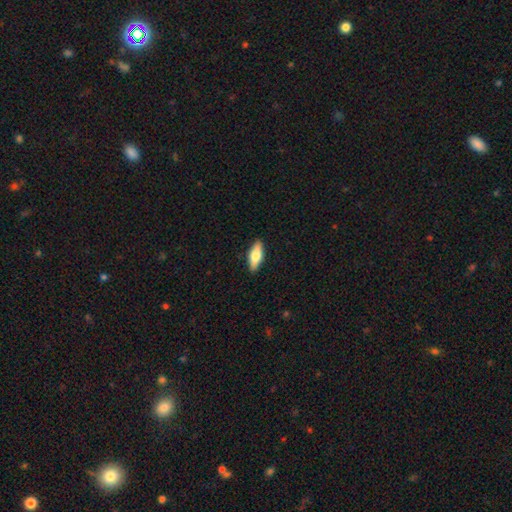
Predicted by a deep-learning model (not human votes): A smooth galaxy with no disk features (64%) that is in between round and cigar-shaped (65%). Merging: none (89%).